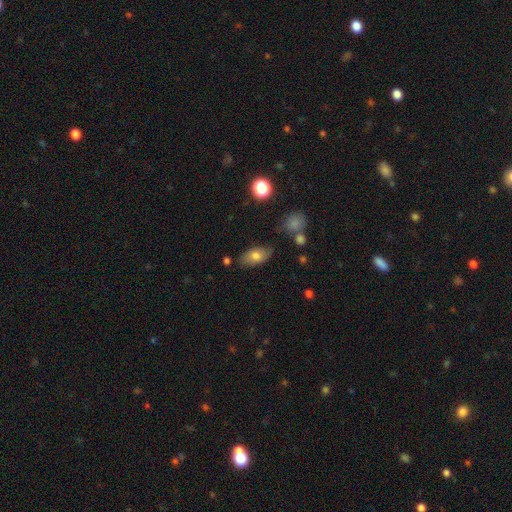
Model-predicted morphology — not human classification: This appears to be a smooth galaxy with no disk features (74%) that is in between round and cigar-shaped (90%). Merging: none (76%).